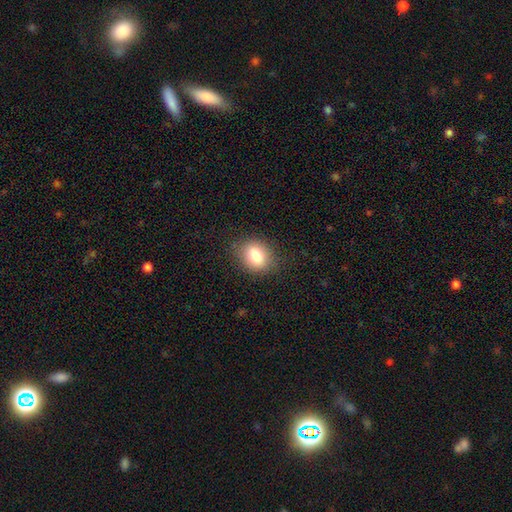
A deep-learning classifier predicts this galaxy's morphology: This appears to be a smooth galaxy with no disk features (81%) that is in between round and cigar-shaped (53%). Merging: none (84%).